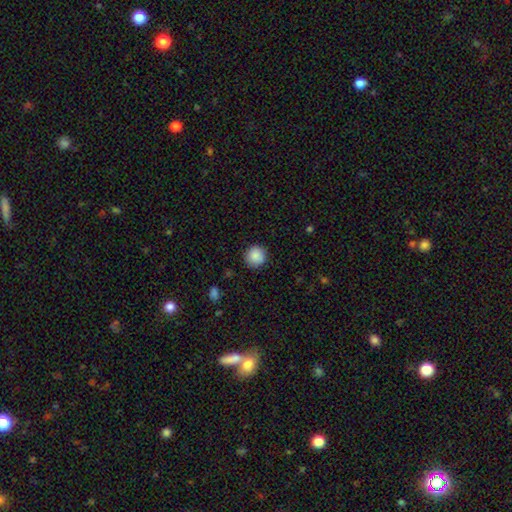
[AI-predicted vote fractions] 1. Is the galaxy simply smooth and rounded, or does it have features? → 88% smooth, 8% star or artifact, 4% featured or disk.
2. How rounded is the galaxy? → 94% round, 5% in between, 1% cigar-shaped.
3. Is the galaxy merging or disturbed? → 89% none, 8% minor disturbance, 2% major disturbance, 1% merger.